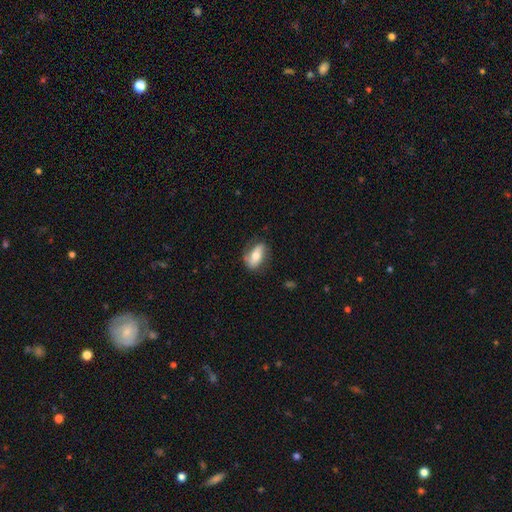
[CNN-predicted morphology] This appears to be a smooth galaxy with no disk features (50%) that is in between round and cigar-shaped (82%). Merging: none (72%).